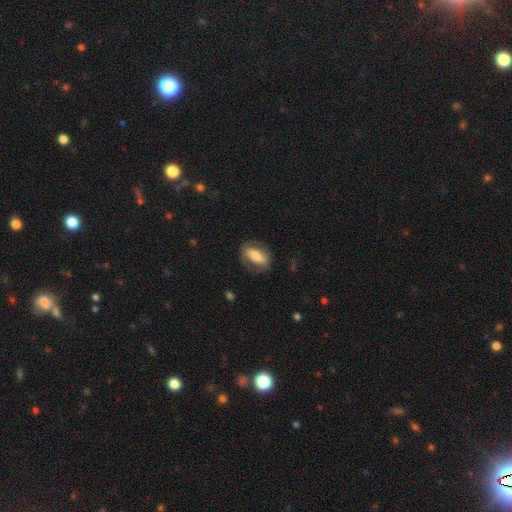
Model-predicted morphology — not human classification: A smooth galaxy with no disk features (47%).

Vote fractions:
- Smooth or featured? smooth: 47% / featured or disk: 46% / star or artifact: 7%
- Merging? none: 73% / minor disturbance: 17% / major disturbance: 9% / merger: 1%